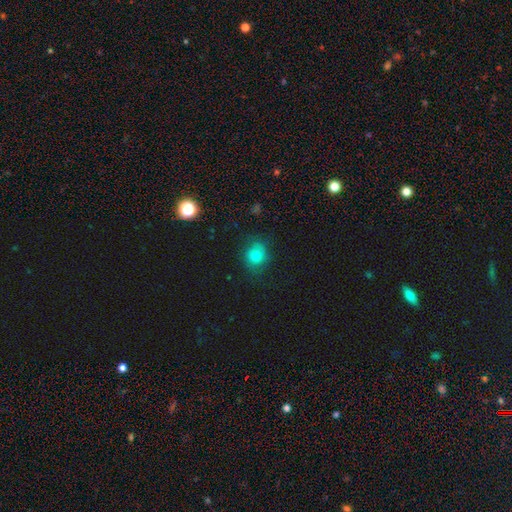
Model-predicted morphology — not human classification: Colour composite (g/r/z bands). It shows a smooth galaxy with no disk features (77%) that is round (72%). Merging: none (71%).